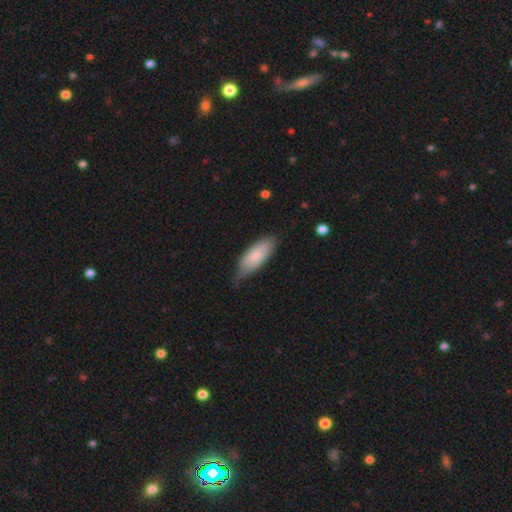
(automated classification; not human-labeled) smooth_or_featured: smooth (p=0.77) [alt: featured or disk p=0.17]
how_rounded: in between (p=0.77) [alt: cigar-shaped p=0.21]
merging: none (p=0.58) [alt: minor disturbance p=0.35]